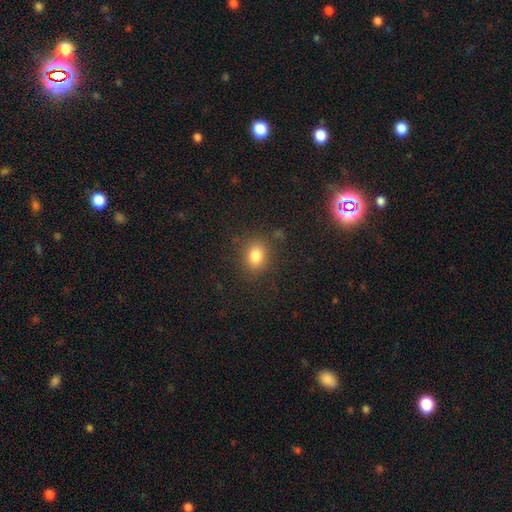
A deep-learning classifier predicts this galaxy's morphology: smooth_or_featured: smooth (p=0.81) [alt: star or artifact p=0.12]
how_rounded: round (p=0.52) [alt: in between p=0.47]
merging: none (p=0.83) [alt: minor disturbance p=0.11]